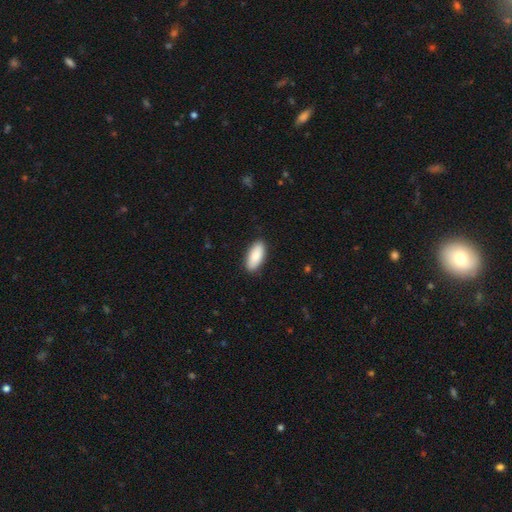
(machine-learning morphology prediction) A smooth galaxy with no disk features (87%) that is in between round and cigar-shaped (85%). Merging: none (89%).